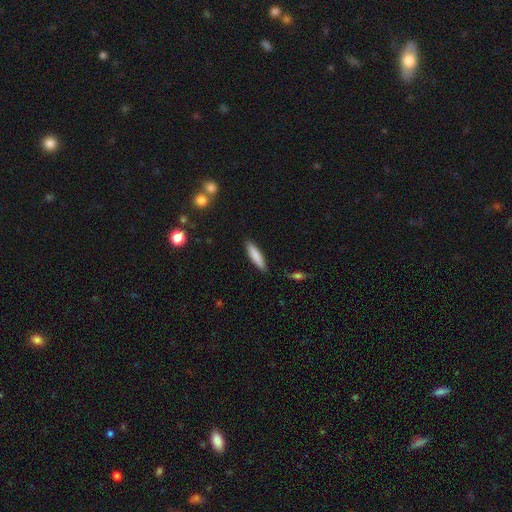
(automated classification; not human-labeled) The model was most divided on "how rounded": cigar-shaped: 77%, in between: 22%, round: 1%. More confident: merging — none (88%); smooth or featured — smooth (83%).